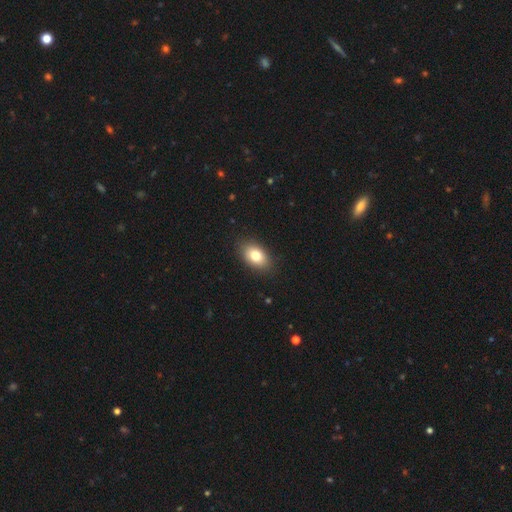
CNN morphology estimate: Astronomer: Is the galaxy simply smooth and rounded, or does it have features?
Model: smooth — 79%.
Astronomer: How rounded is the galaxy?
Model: in between — 87%.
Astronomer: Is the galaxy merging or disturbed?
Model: none — 88%.